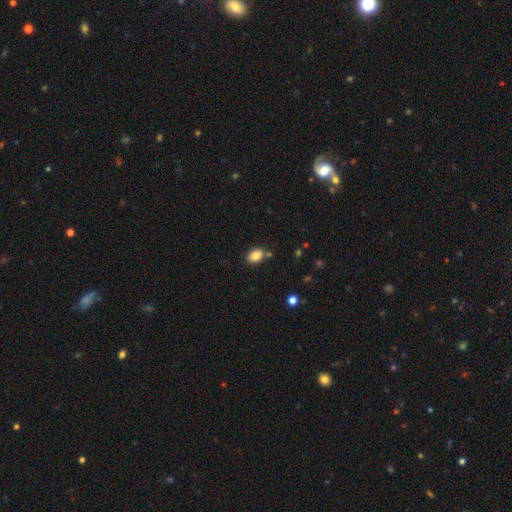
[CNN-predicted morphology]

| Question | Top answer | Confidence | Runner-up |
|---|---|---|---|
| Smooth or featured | smooth | 85% | star or artifact (9%) |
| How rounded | in between | 68% | round (30%) |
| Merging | none | 76% | minor disturbance (13%) |